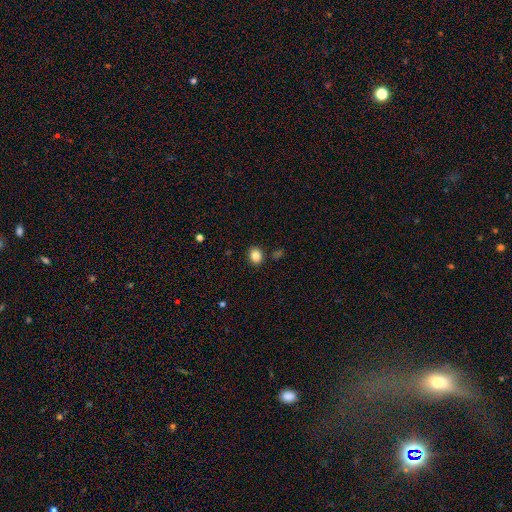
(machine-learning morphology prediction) A smooth galaxy with no disk features (85%) that is round (59%).

Vote fractions:
- Smooth or featured? smooth: 85% / star or artifact: 10% / featured or disk: 5%
- How rounded? round: 59% / in between: 40% / cigar-shaped: 1%
- Merging? none: 87% / minor disturbance: 8% / merger: 3% / major disturbance: 2%